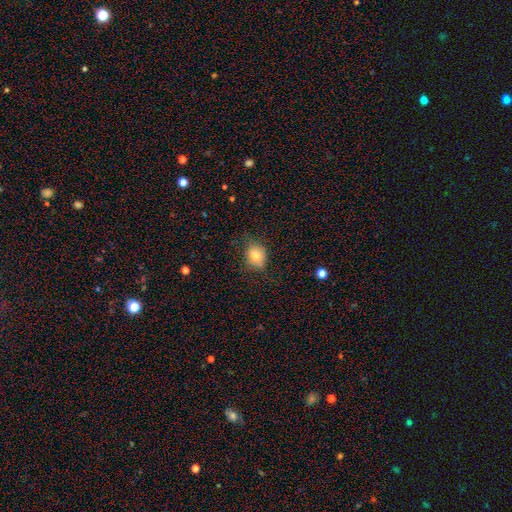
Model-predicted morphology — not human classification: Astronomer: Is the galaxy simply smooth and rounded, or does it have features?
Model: smooth — 79%.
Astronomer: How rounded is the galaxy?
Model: round — 62%.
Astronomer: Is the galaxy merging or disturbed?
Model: none — 73%.